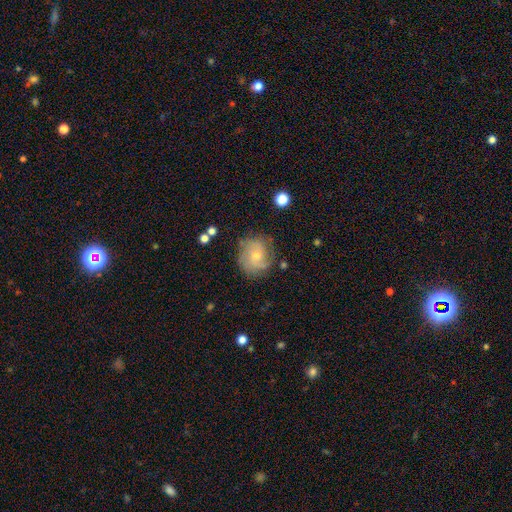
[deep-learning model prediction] This is likely a featured or disk galaxy (67%). It is clearly not viewed edge-on (98%). Bar: likely no (72%). Spiral arm pattern: clearly yes (90%). Spiral arm count: marginally can't tell (30%). Spiral winding: marginally tight (42%). Central bulge: likely small (66%). Merging: likely none (72%).